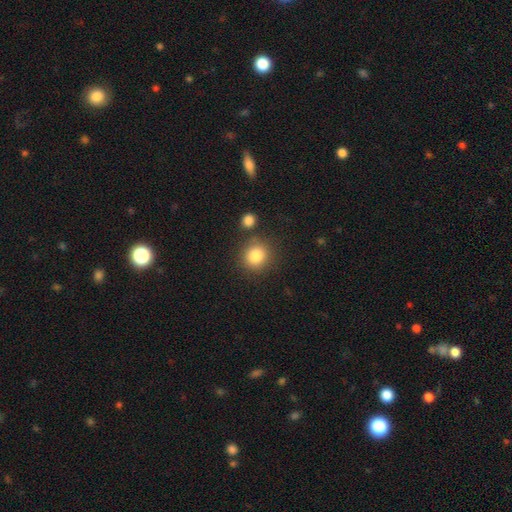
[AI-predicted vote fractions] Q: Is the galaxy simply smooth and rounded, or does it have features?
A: smooth — 84%.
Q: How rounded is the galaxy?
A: round — 88%.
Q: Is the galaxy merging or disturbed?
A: none — 80%.